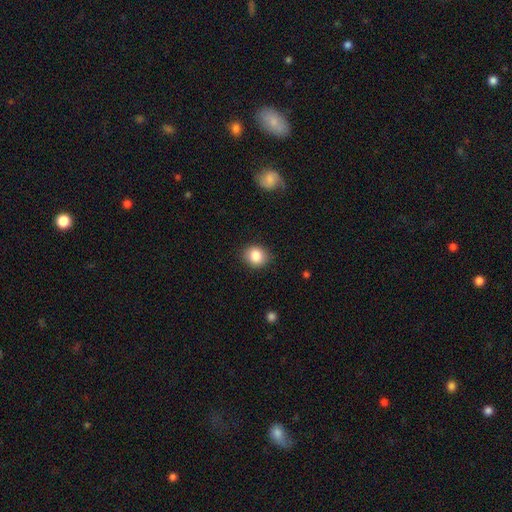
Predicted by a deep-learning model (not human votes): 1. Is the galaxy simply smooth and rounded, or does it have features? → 85% smooth, 9% star or artifact, 6% featured or disk.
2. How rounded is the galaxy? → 71% round, 28% in between, 1% cigar-shaped.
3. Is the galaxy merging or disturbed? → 86% none, 10% minor disturbance, 2% major disturbance, 1% merger.